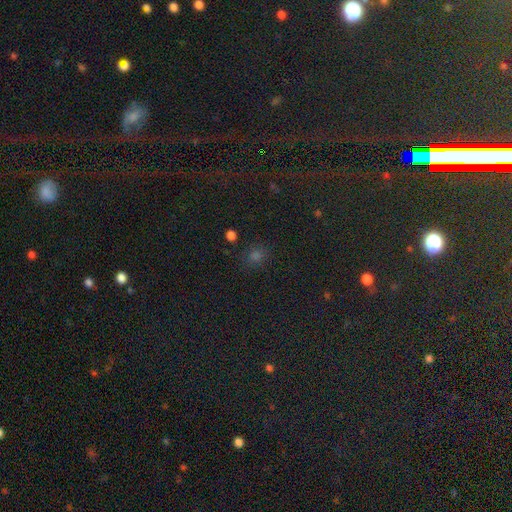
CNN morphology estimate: type=smooth (57%); roundness=round (65%); merging=none (83%).